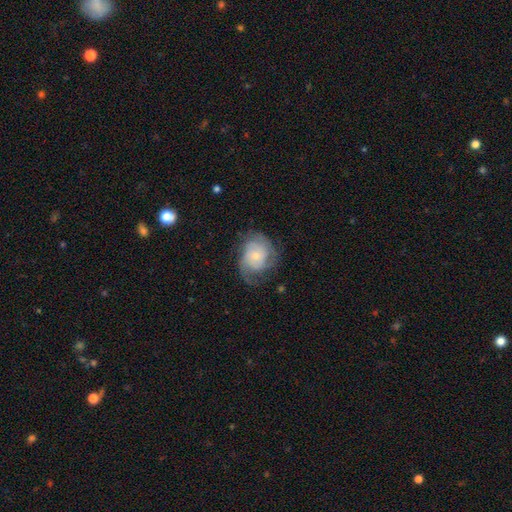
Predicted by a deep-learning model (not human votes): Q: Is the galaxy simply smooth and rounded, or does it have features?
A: featured or disk — 69%.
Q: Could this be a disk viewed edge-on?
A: no — 98%.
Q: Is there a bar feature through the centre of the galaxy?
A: no — 76%.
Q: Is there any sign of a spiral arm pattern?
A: yes — 90%.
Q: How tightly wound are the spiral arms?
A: tight — 44%.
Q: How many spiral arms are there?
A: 2 — 31%.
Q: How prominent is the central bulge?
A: small — 67%.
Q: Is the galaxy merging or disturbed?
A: none — 58%.